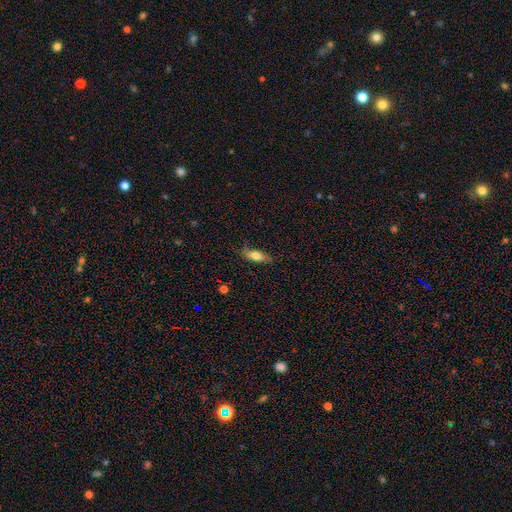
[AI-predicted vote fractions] A smooth galaxy with no disk features (71%) that is in between round and cigar-shaped (62%). Merging: none (73%).